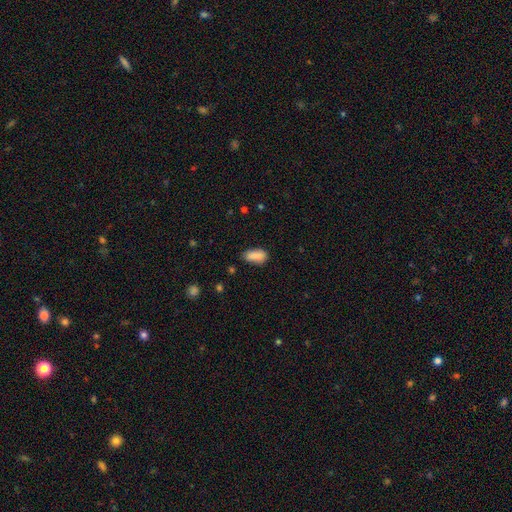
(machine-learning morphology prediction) A smooth galaxy with no disk features (86%) that is in between round and cigar-shaped (87%). Merging: none (67%).